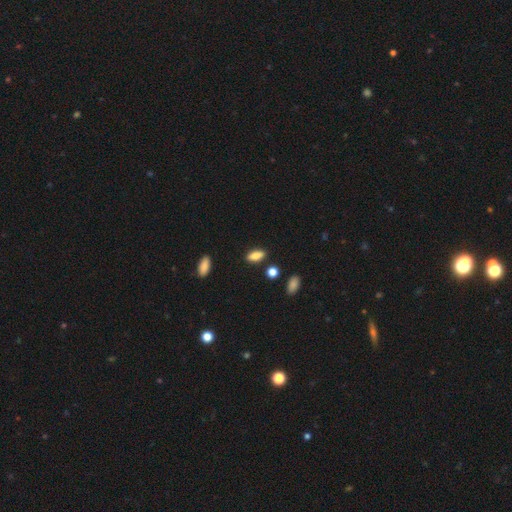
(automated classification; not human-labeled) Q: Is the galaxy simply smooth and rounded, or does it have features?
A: smooth — 84%.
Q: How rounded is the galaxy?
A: in between — 77%.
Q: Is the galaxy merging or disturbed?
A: none — 85%.